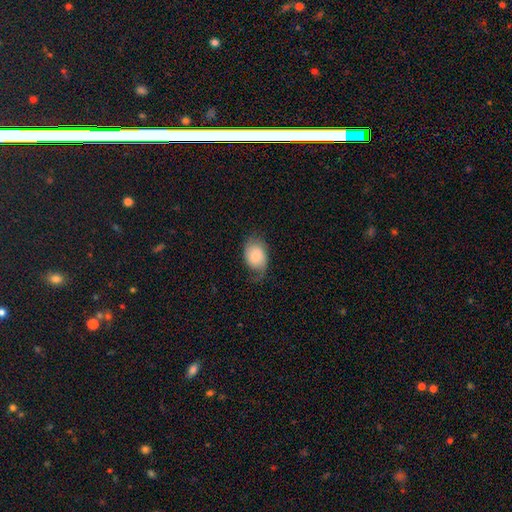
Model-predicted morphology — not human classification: Overall: smooth (66%). How rounded: in between (77%). Merging: none (51%; minor disturbance 31%).